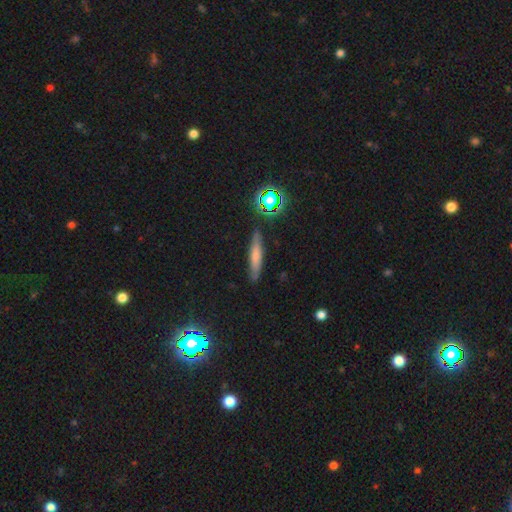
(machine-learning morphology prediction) smooth-or-featured: smooth: 62% | featured or disk: 25% | star or artifact: 13%
  how-rounded: cigar-shaped: 87% | in between: 10% | round: 3%
  merging: none: 85% | minor disturbance: 10% | major disturbance: 2% | merger: 2%